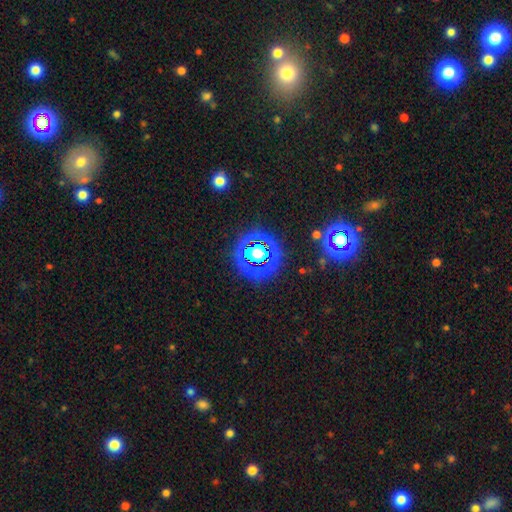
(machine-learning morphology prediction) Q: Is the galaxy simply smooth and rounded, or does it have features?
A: star or artifact — 79%.